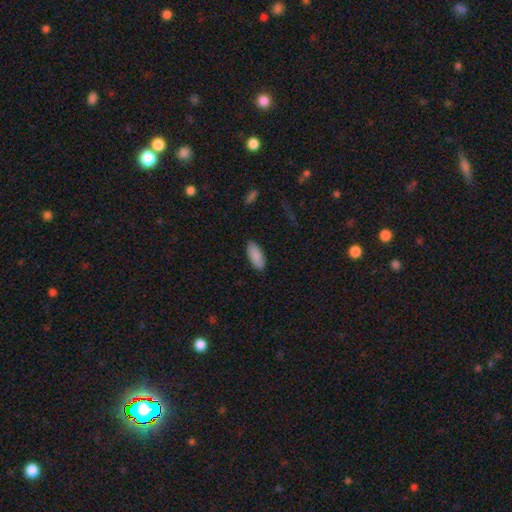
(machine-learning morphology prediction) Smooth or featured? smooth (89%)
How rounded? in between (86%)
Merging? none (88%)